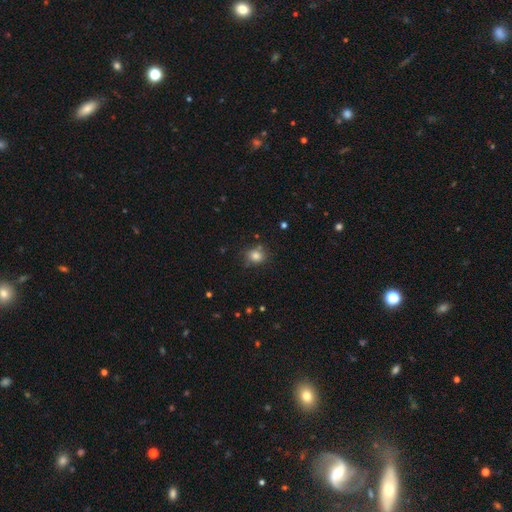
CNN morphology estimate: Smooth or featured: smooth — 81% (star or artifact — 12%)
How rounded: round — 67% (in between — 31%)
Merging: none — 75% (minor disturbance — 17%)